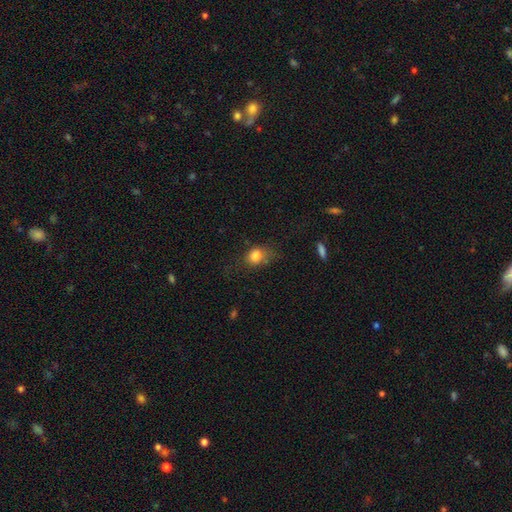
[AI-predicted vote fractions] This appears to be a smooth galaxy with no disk features (82%) that is round (51%). Merging: none (54%).